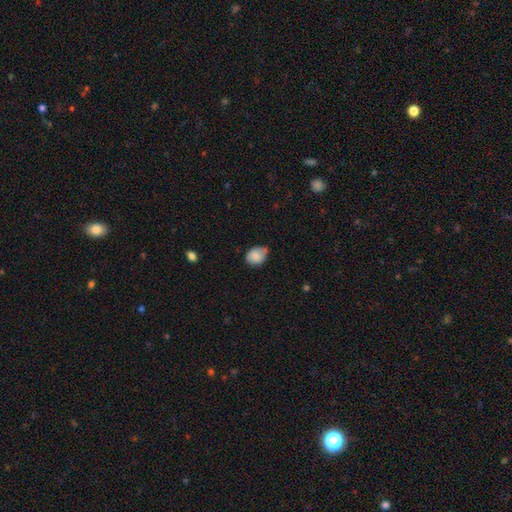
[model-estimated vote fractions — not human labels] Overall: smooth (84%). How rounded: in between (67%; round 32%). Merging: none (56%; minor disturbance 36%).